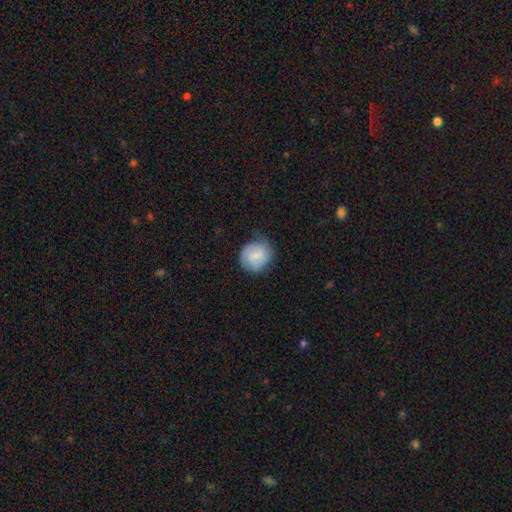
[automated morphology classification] type=smooth (54%); roundness=round (78%); merging=none (72%).